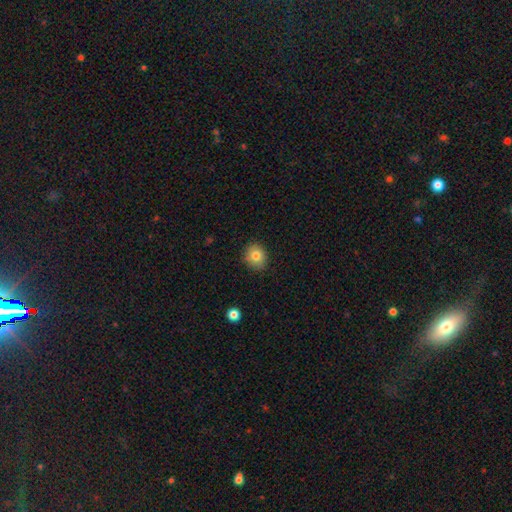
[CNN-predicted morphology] Overall: smooth (81%). How rounded: round (78%). Merging: none (86%).